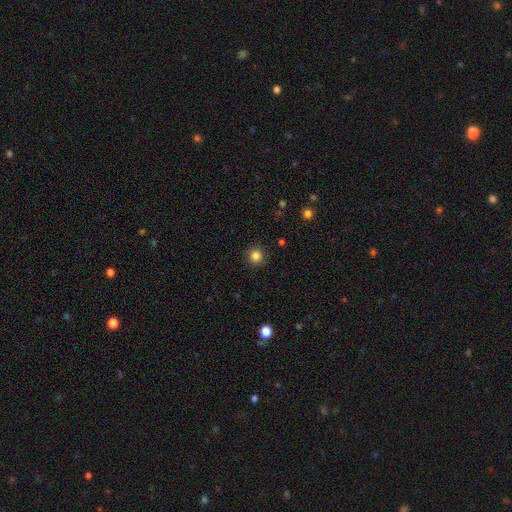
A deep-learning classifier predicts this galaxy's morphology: Smooth or featured? Predicted: smooth (p=0.84). How rounded? Predicted: round (p=0.93). Merging? Predicted: none (p=0.90).